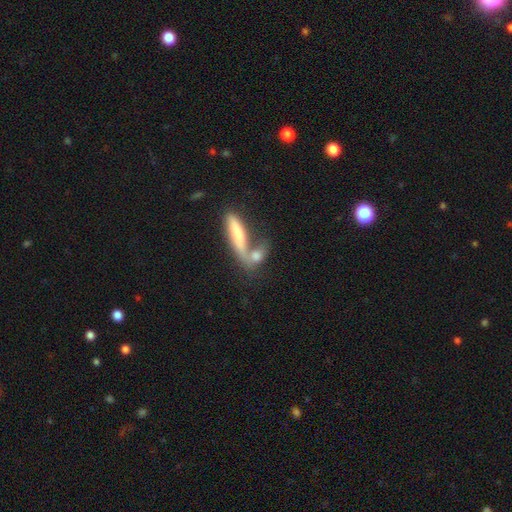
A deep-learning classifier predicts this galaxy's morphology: Smooth or featured? smooth (69%)
How rounded? in between (47%)
Merging? merger (51%)